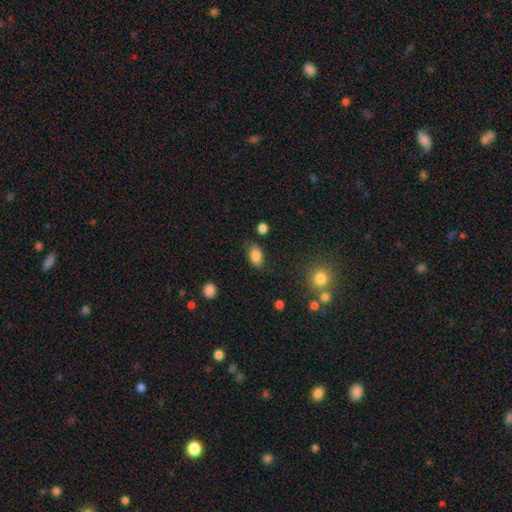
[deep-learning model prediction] Smooth or featured? smooth (84%)
How rounded? in between (88%)
Merging? none (79%)